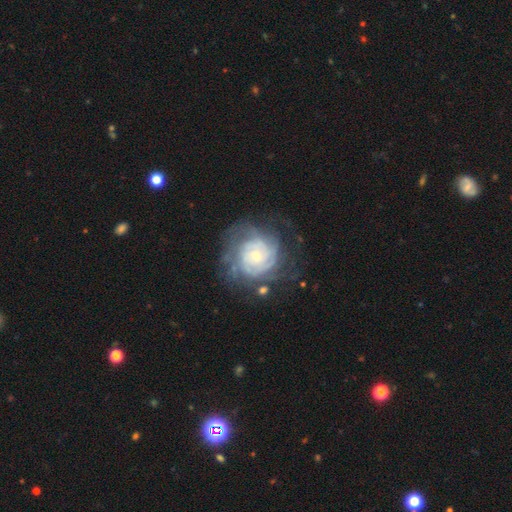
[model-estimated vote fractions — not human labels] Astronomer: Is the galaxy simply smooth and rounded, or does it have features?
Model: featured or disk — 81%.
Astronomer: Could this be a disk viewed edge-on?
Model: no — 98%.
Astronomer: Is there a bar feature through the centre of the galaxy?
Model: no — 76%.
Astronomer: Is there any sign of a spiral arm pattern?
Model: yes — 92%.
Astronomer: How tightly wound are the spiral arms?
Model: tight — 76%.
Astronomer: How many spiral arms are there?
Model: can't tell — 45%.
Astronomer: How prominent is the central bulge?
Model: small — 64%.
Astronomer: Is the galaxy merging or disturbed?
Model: none — 67%.